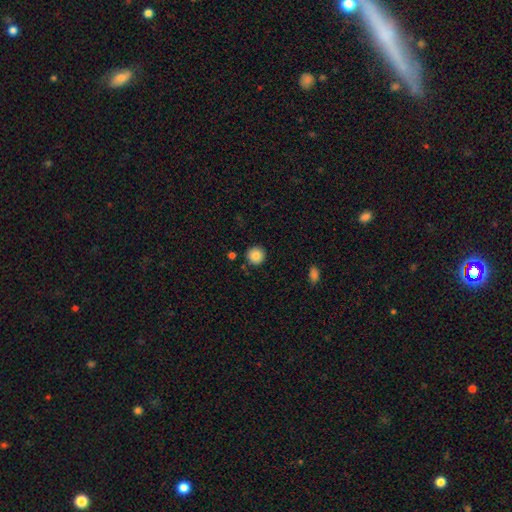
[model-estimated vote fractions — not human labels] Smooth or featured? smooth (85%)
How rounded? round (95%)
Merging? none (90%)